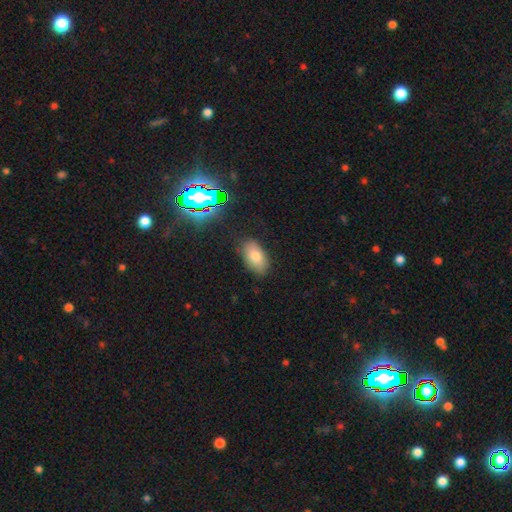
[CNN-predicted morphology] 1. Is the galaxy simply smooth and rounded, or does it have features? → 76% smooth, 13% star or artifact, 11% featured or disk.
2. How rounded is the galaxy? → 93% in between, 5% round, 2% cigar-shaped.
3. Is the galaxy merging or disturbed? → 81% none, 14% minor disturbance, 3% major disturbance, 2% merger.